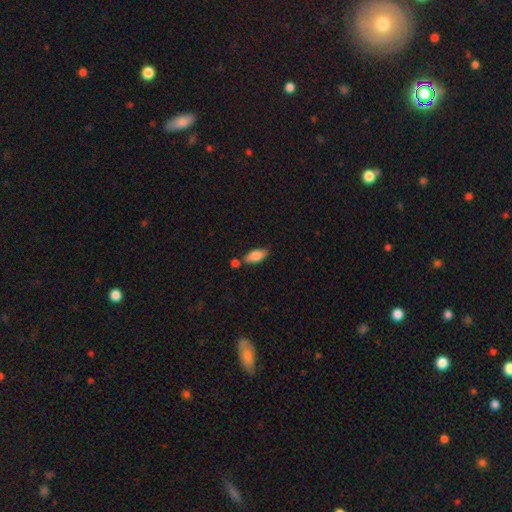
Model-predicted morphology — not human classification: Smooth or featured? smooth (81%)
How rounded? in between (83%)
Merging? none (63%)